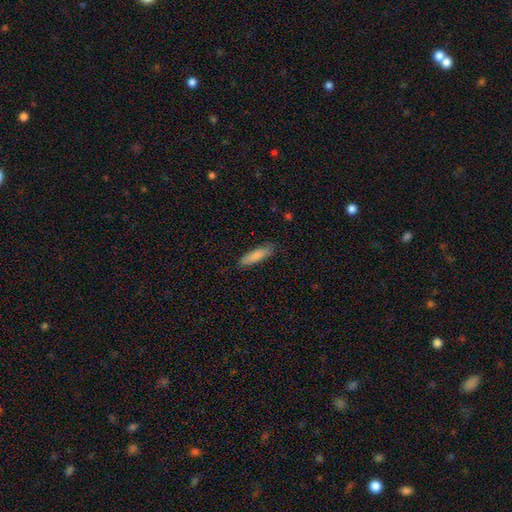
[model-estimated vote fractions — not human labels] smooth 81%, featured or disk 13%, star or artifact 6%. Down the decision tree: how rounded — cigar-shaped (68%); merging — none (84%).